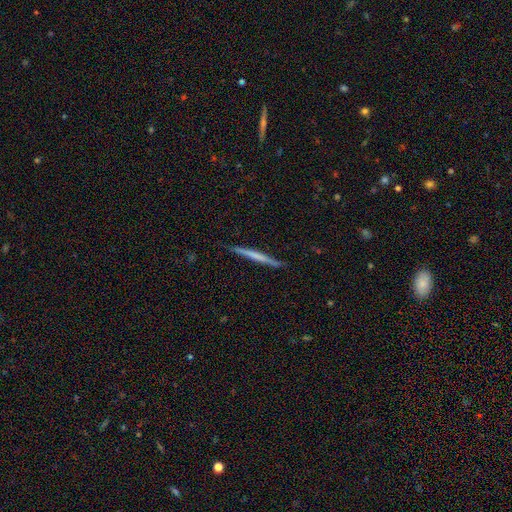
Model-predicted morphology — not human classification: Overall: featured or disk (48%; smooth 47%). Merging: none (88%).